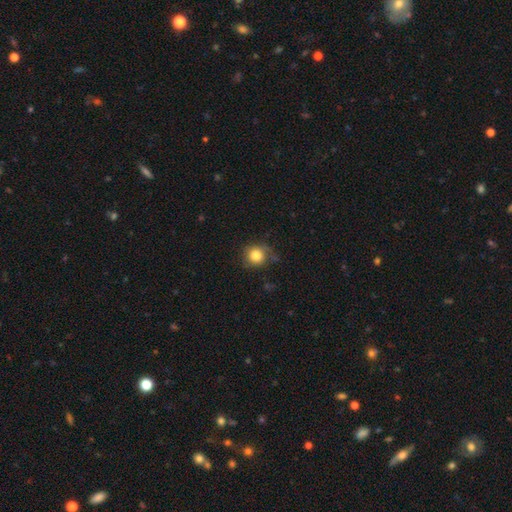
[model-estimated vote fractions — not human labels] A smooth galaxy with no disk features (82%) that is round (88%).

Vote fractions:
- Smooth or featured? smooth: 82% / star or artifact: 10% / featured or disk: 8%
- How rounded? round: 88% / in between: 11% / cigar-shaped: 1%
- Merging? none: 66% / minor disturbance: 23% / major disturbance: 8% / merger: 3%